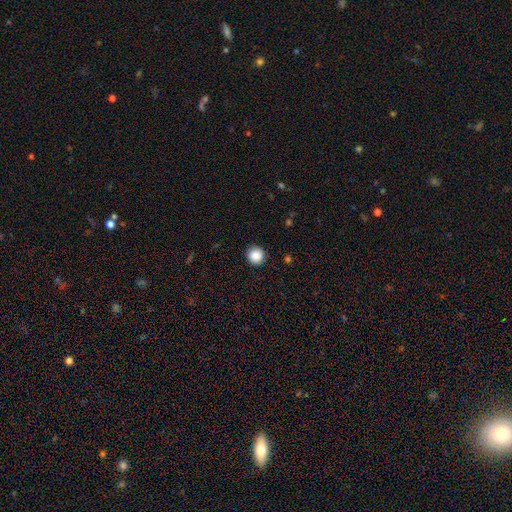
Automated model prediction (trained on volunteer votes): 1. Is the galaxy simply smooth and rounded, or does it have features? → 88% smooth, 9% star or artifact, 4% featured or disk.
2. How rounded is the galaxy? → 94% round, 5% in between, 1% cigar-shaped.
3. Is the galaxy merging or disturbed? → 90% none, 7% minor disturbance, 2% major disturbance, 1% merger.